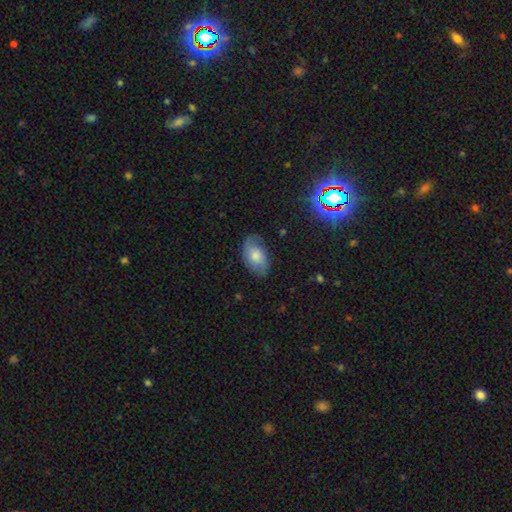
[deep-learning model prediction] Smooth or featured? smooth (66%)
How rounded? in between (92%)
Merging? none (71%)